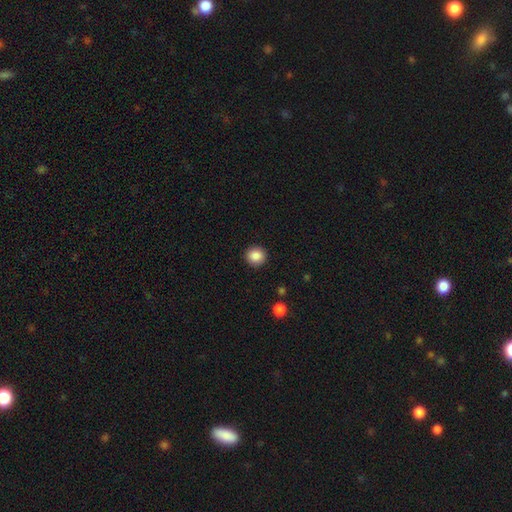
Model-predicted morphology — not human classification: A smooth galaxy with no disk features (87%) that is round (91%). Merging: none (92%).